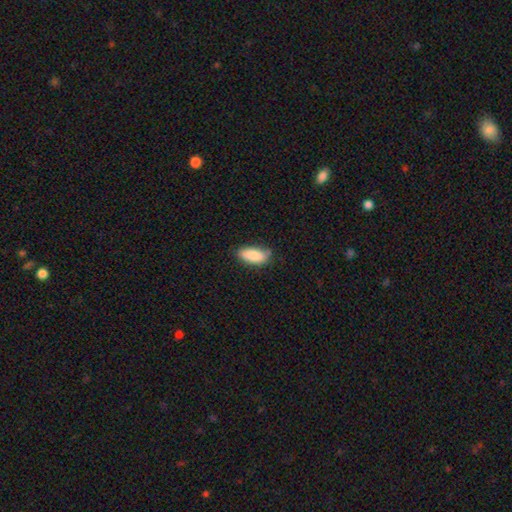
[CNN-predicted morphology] A smooth galaxy with no disk features (86%) that is in between round and cigar-shaped (84%). Merging: none (67%).